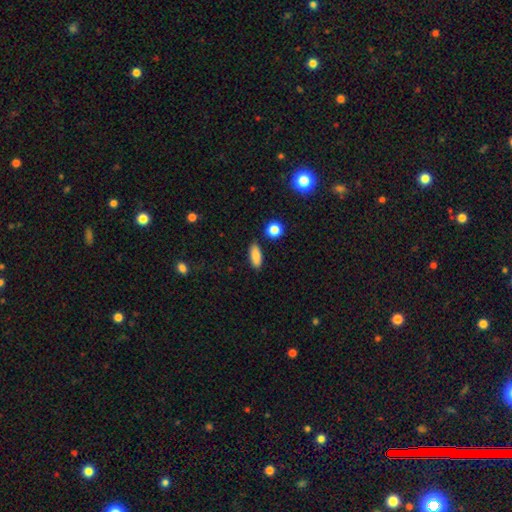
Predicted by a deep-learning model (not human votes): Smooth or featured? Predicted: smooth (p=0.86). How rounded? Predicted: in between (p=0.77). Merging? Predicted: none (p=0.86).